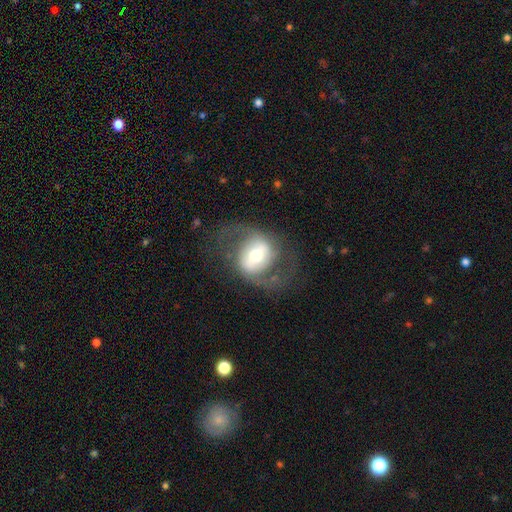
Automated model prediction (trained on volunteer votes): Q: Smooth or featured?
A: featured or disk (71%); runner-up: smooth (22%)
Q: Edge-on disk?
A: no (96%); runner-up: yes (4%)
Q: Bar?
A: no (34%); runner-up: weak (33%)
Q: Spiral arms?
A: yes (76%); runner-up: no (24%)
Q: Spiral winding?
A: medium (47%); runner-up: loose (39%)
Q: Spiral arm count?
A: 2 (88%); runner-up: can't tell (6%)
Q: Bulge size?
A: moderate (61%); runner-up: small (22%)
Q: Merging?
A: none (67%); runner-up: major disturbance (17%)